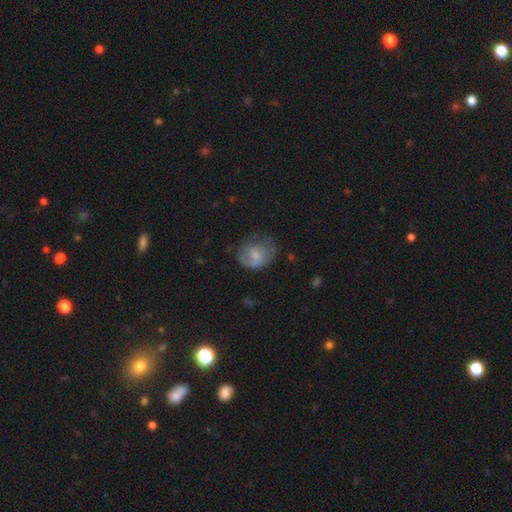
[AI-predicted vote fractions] smooth 52%, featured or disk 41%, star or artifact 8%. Down the decision tree: how rounded — round (55%); merging — none (48%).